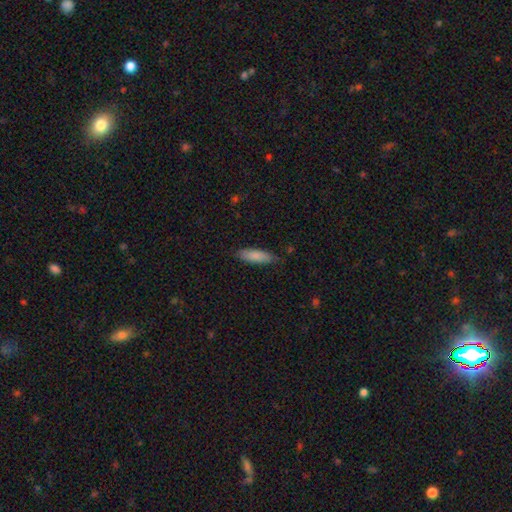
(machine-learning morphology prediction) smooth-or-featured: smooth: 85% | featured or disk: 9% | star or artifact: 6%
  how-rounded: in between: 53% | cigar-shaped: 45% | round: 2%
  merging: none: 82% | minor disturbance: 14% | major disturbance: 2% | merger: 1%